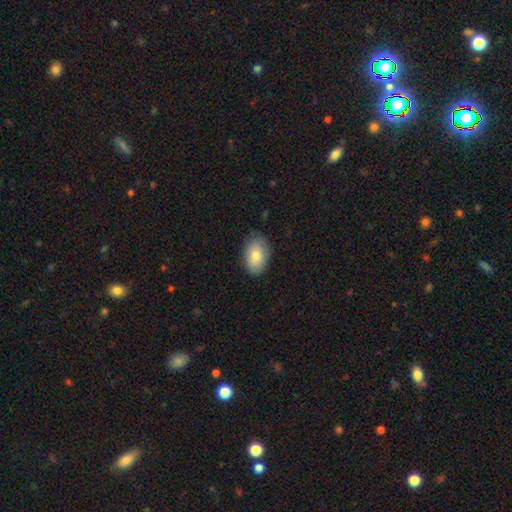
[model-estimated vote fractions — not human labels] Smooth or featured: smooth — 79% (featured or disk — 14%)
How rounded: in between — 89% (round — 10%)
Merging: none — 81% (minor disturbance — 15%)